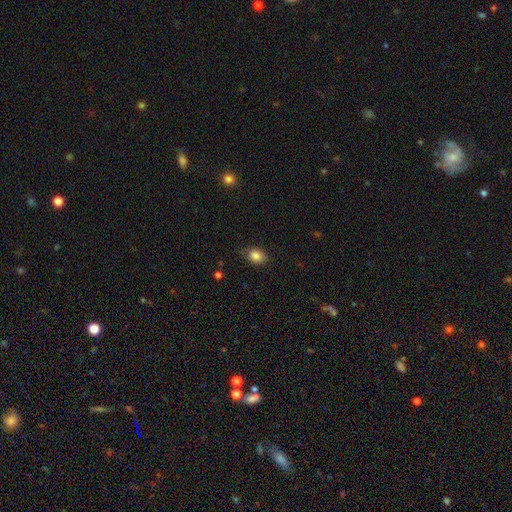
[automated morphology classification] Smooth or featured?
  - smooth: 85% *
  - star or artifact: 9%
  - featured or disk: 5%
How rounded?
  - in between: 66% *
  - round: 32%
  - cigar-shaped: 1%
Merging?
  - none: 77% *
  - minor disturbance: 18%
  - major disturbance: 4%
  - merger: 1%